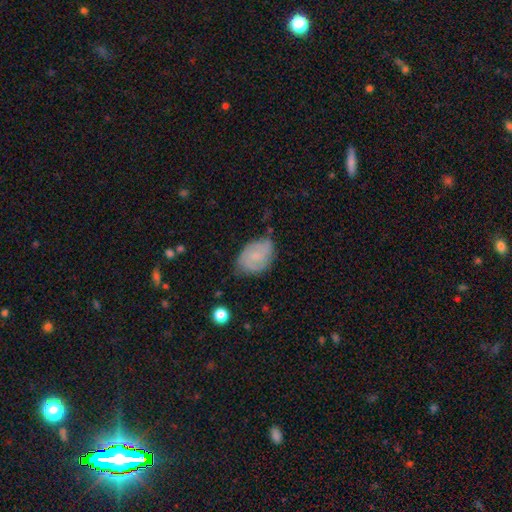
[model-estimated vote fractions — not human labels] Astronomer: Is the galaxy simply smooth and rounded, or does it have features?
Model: featured or disk — 52% (runner-up: smooth, 40%).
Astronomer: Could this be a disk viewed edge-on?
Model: no — 97%.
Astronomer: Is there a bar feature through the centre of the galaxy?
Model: no — 62%.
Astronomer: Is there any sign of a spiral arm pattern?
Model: yes — 85%.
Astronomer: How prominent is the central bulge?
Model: small — 48% (runner-up: none, 27%).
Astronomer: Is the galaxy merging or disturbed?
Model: none — 64%.